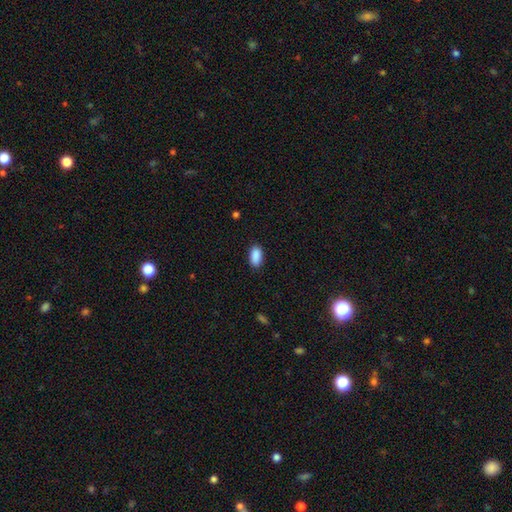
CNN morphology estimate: smooth_or_featured: smooth (p=0.90) [alt: star or artifact p=0.07]
how_rounded: in between (p=0.93) [alt: cigar-shaped p=0.04]
merging: none (p=0.87) [alt: minor disturbance p=0.09]